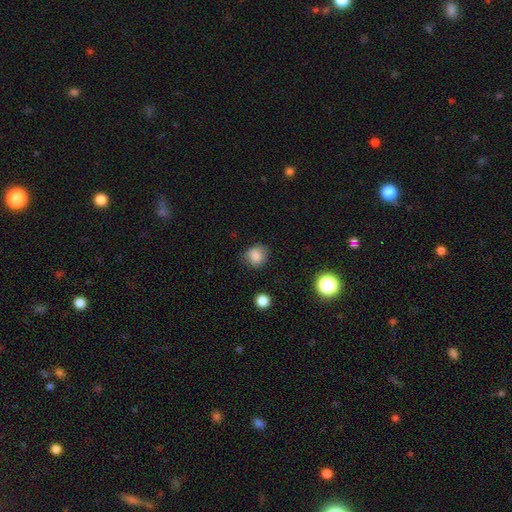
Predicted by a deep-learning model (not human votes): Smooth or featured? smooth (83%)
How rounded? round (69%)
Merging? none (71%)